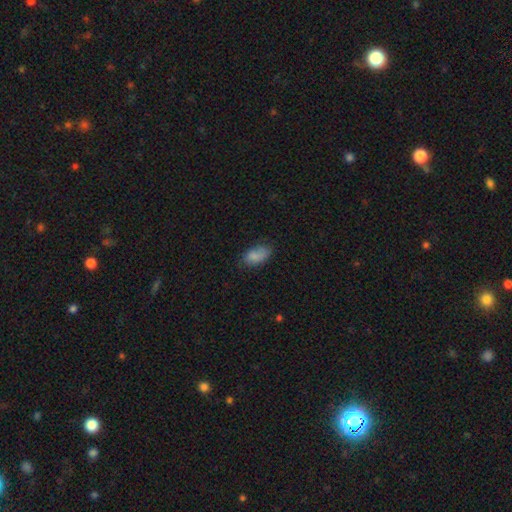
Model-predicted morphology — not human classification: Smooth or featured?
  - smooth: 82% *
  - featured or disk: 9%
  - star or artifact: 9%
How rounded?
  - in between: 92% *
  - round: 6%
  - cigar-shaped: 2%
Merging?
  - none: 65% *
  - minor disturbance: 25%
  - major disturbance: 7%
  - merger: 2%